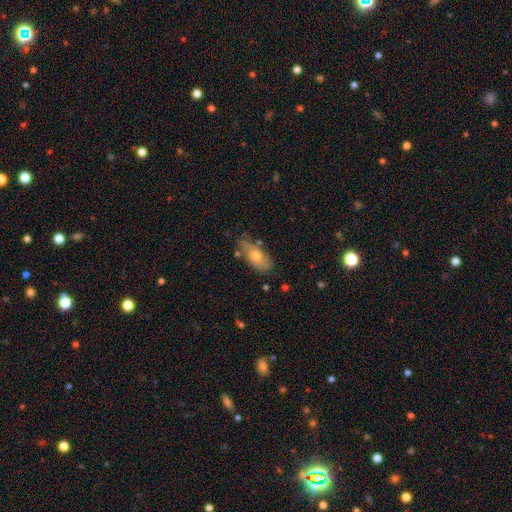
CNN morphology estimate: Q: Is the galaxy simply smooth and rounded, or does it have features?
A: smooth — 68%.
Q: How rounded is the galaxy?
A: in between — 83%.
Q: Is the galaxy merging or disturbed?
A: none — 69%.